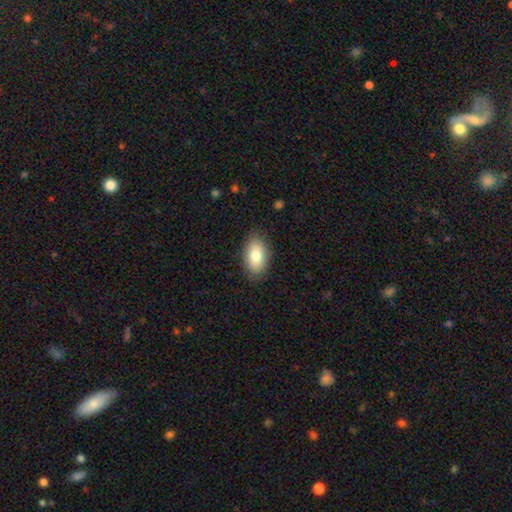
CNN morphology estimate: Q: Smooth or featured?
A: smooth (80%); runner-up: featured or disk (13%)
Q: How rounded?
A: in between (92%); runner-up: round (6%)
Q: Merging?
A: none (85%); runner-up: minor disturbance (11%)